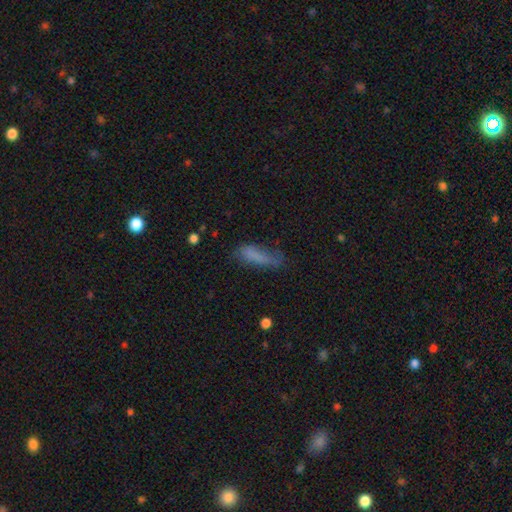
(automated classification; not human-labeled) Overall: smooth (74%). How rounded: cigar-shaped (57%; in between 41%). Merging: none (47%; minor disturbance 32%).